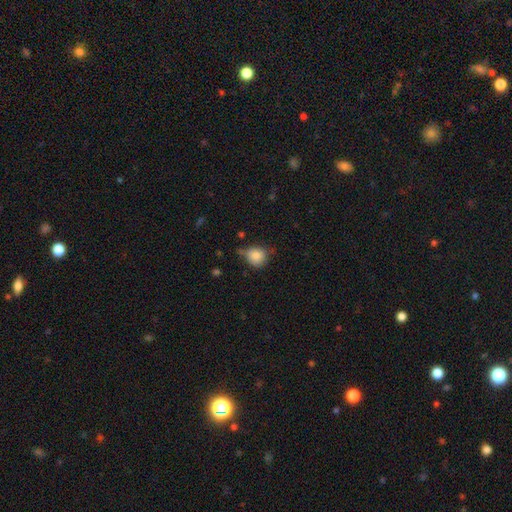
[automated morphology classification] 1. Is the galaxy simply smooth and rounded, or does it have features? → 85% smooth, 9% star or artifact, 6% featured or disk.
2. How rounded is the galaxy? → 82% round, 17% in between, 1% cigar-shaped.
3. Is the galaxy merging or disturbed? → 65% none, 26% minor disturbance, 5% major disturbance, 4% merger.